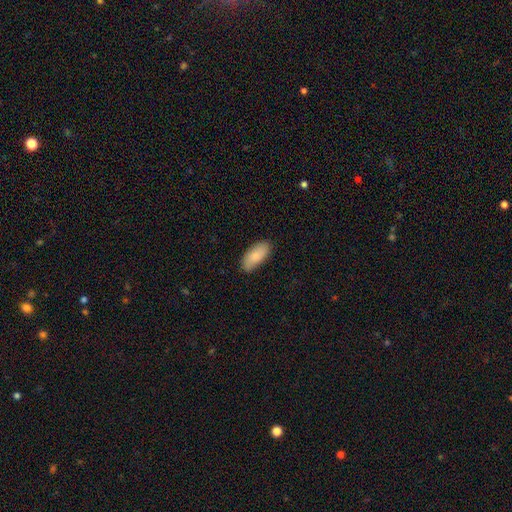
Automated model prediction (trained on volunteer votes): The model was most divided on "merging": none: 84%, minor disturbance: 13%, major disturbance: 2%, merger: 1%. More confident: how rounded — in between (87%); smooth or featured — smooth (84%).